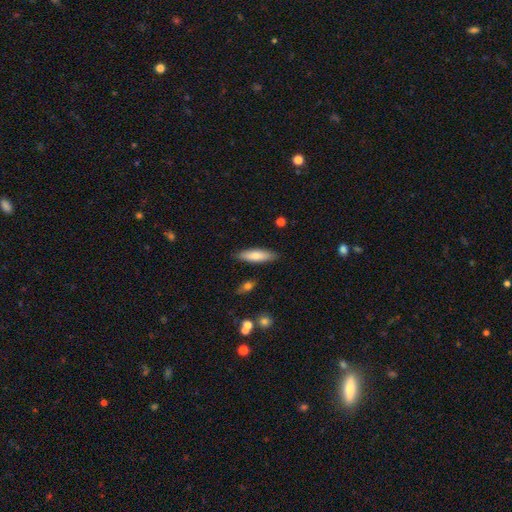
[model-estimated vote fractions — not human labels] A smooth galaxy with no disk features (74%) that is cigar-shaped (59%). Merging: none (87%).